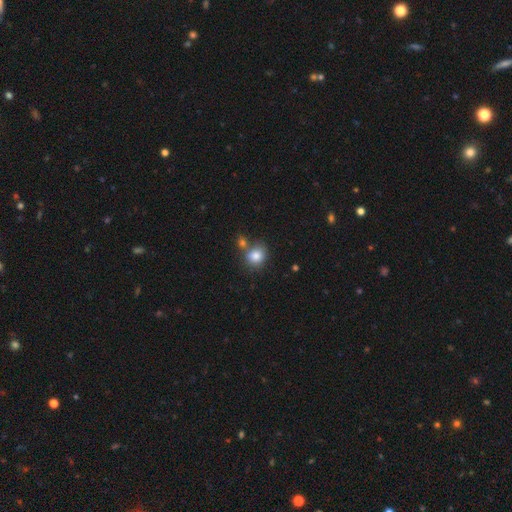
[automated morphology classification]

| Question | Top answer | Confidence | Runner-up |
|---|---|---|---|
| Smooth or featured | smooth | 82% | star or artifact (10%) |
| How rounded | round | 69% | in between (30%) |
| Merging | none | 56% | merger (26%) |